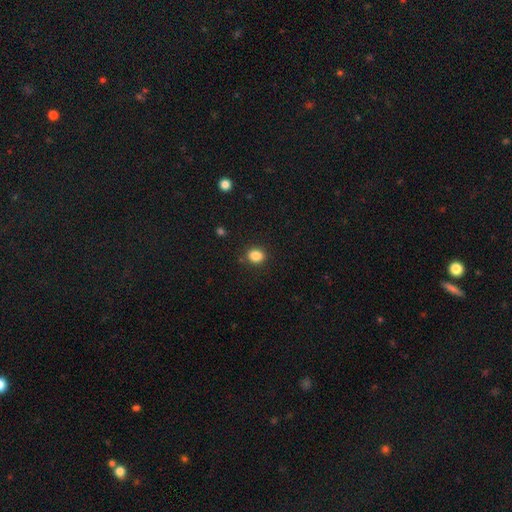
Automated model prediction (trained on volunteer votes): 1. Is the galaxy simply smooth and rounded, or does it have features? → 85% smooth, 10% star or artifact, 4% featured or disk.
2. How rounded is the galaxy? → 59% round, 40% in between, 1% cigar-shaped.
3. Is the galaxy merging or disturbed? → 88% none, 8% minor disturbance, 2% major disturbance, 2% merger.